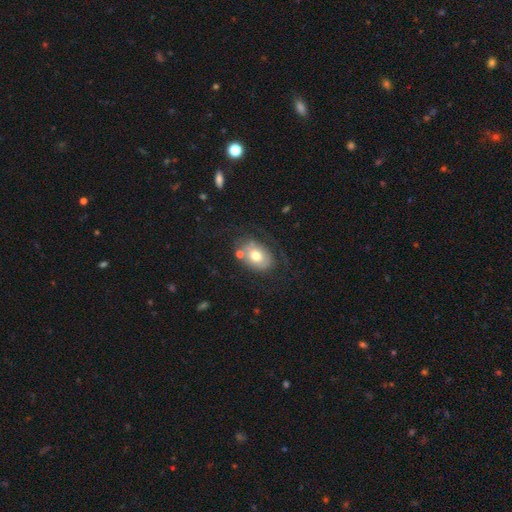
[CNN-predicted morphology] type=smooth (58%); roundness=in between (78%); merging=none (58%).